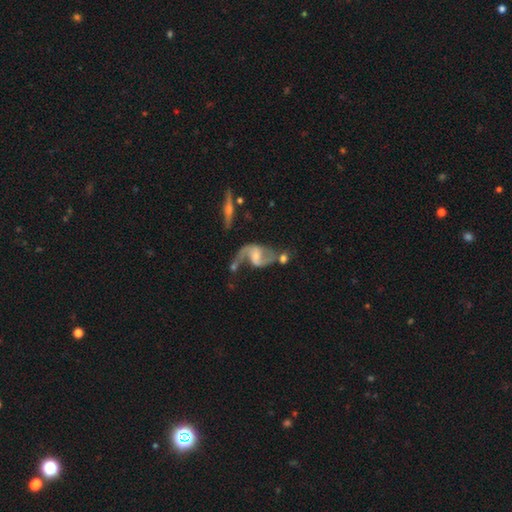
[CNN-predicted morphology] The model was most divided on "bar": weak: 46%, no: 35%, strong: 20%. Remaining: edge-on disk — no (97%); spiral arms — yes (95%); spiral arm count — 2 (89%); smooth or featured — featured or disk (88%); spiral winding — loose (62%); bulge size — small (52%); merging — none (48%).